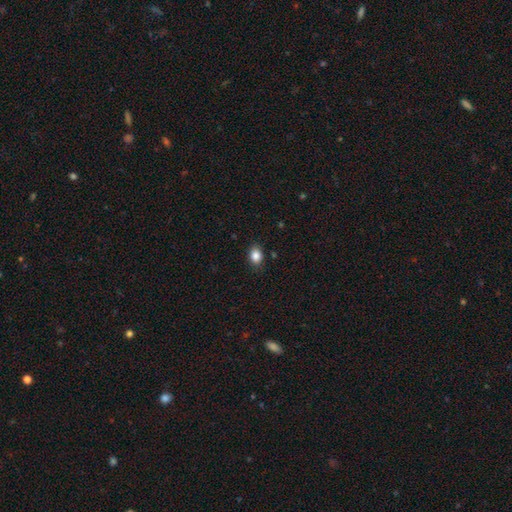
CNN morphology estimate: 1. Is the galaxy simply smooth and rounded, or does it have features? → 86% smooth, 9% star or artifact, 5% featured or disk.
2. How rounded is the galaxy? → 70% in between, 29% round, 1% cigar-shaped.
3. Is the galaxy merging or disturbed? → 86% none, 11% minor disturbance, 2% major disturbance, 1% merger.